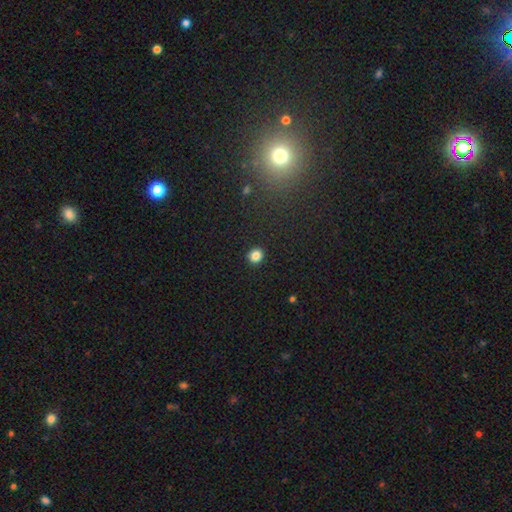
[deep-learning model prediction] Smooth or featured: smooth — 85% (star or artifact — 11%)
How rounded: round — 86% (in between — 13%)
Merging: none — 92% (minor disturbance — 5%)